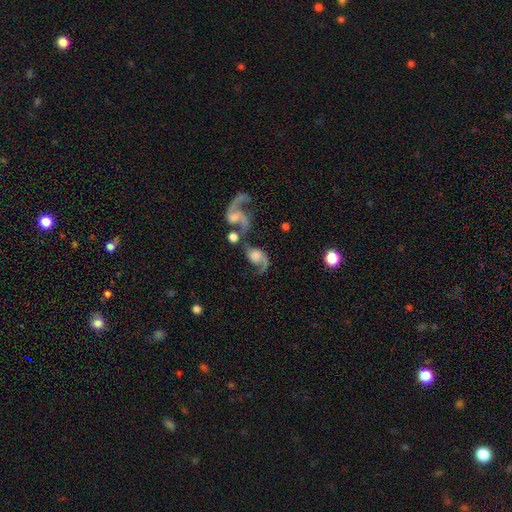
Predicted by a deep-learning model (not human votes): A featured or disk galaxy (73%) with no bar (65%), 2 (66%) loose (64%) spiral arms (91%) and a moderate central bulge (33%).

Vote fractions:
- Smooth or featured? featured or disk: 73% / smooth: 18% / star or artifact: 8%
- Edge-on disk? no: 97% / yes: 3%
- Bar? no: 65% / weak: 28% / strong: 7%
- Spiral arms? yes: 91% / no: 9%
- Spiral winding? loose: 64% / medium: 29% / tight: 8%
- Spiral arm count? 2: 66% / 1: 27% / can't tell: 3% / 3: 1% / 4: 1% / more than 4: 1%
- Bulge size? moderate: 33% / large: 24% / small: 21% / none: 17% / dominant: 4%
- Merging? merger: 42% / none: 24% / major disturbance: 21% / minor disturbance: 13%